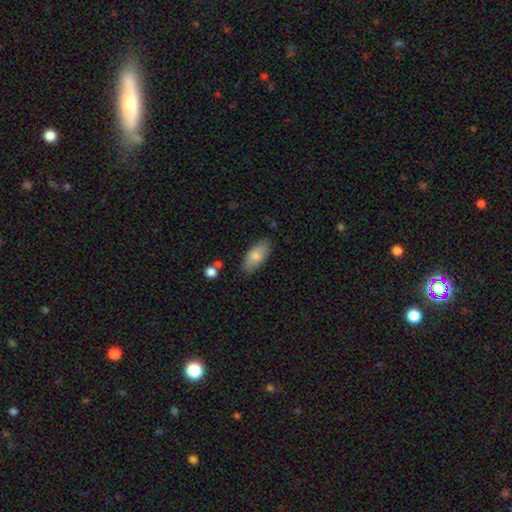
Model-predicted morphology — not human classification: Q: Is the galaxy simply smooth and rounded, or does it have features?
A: smooth — 78%.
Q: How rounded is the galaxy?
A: in between — 89%.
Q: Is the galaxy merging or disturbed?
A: none — 82%.